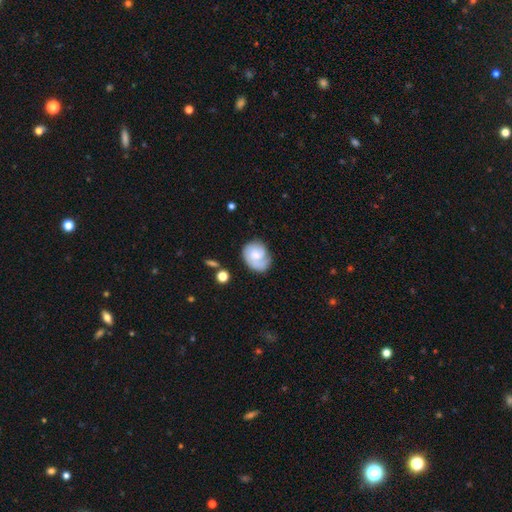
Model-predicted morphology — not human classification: type=featured or disk (50%); merging=none (56%).